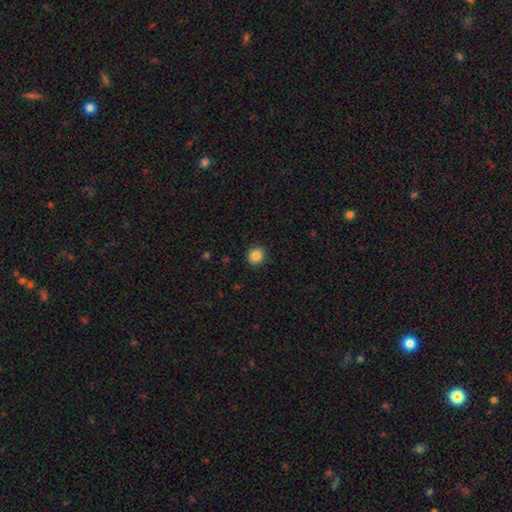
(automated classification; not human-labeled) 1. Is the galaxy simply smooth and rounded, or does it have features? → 86% smooth, 10% star or artifact, 4% featured or disk.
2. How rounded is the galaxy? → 90% round, 9% in between, 1% cigar-shaped.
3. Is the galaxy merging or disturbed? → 92% none, 6% minor disturbance, 2% major disturbance, 1% merger.